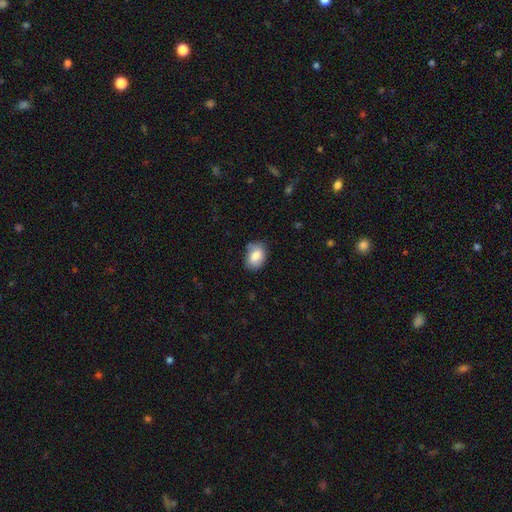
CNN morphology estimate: Smooth or featured: smooth — 80% (featured or disk — 13%)
How rounded: in between — 74% (round — 25%)
Merging: none — 72% (minor disturbance — 22%)